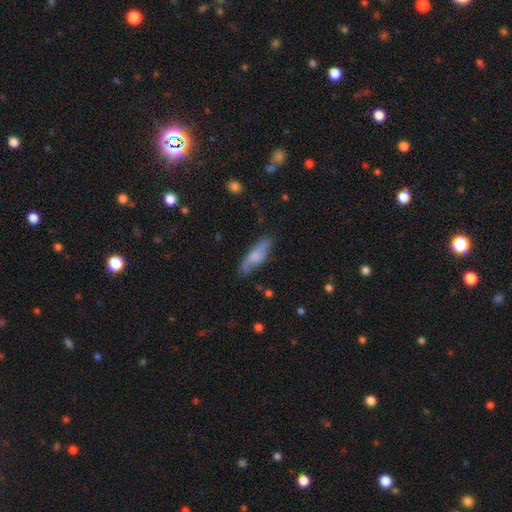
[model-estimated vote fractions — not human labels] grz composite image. It shows a smooth galaxy with no disk features (63%) that is cigar-shaped (54%). Merging: none (74%).